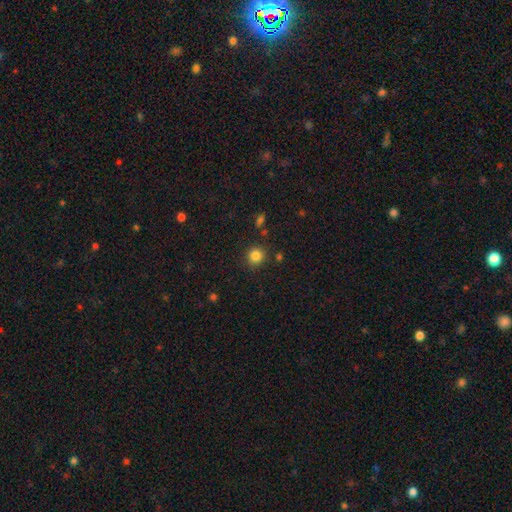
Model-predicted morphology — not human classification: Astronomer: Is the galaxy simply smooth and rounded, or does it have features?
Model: smooth — 84%.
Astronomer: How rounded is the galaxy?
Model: round — 89%.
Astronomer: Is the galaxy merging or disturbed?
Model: none — 86%.